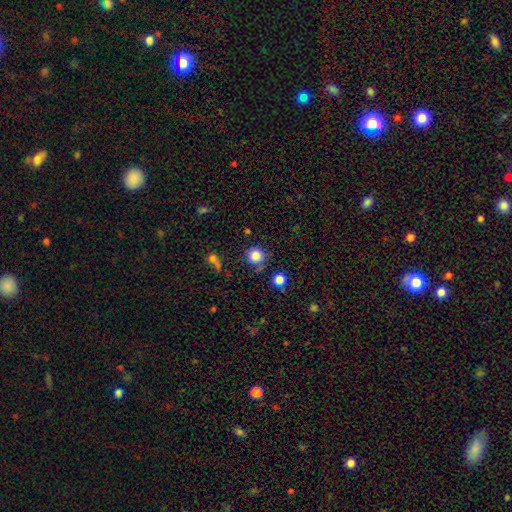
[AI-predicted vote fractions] This appears to be a smooth galaxy with no disk features (83%) that is round (93%). Merging: none (75%).